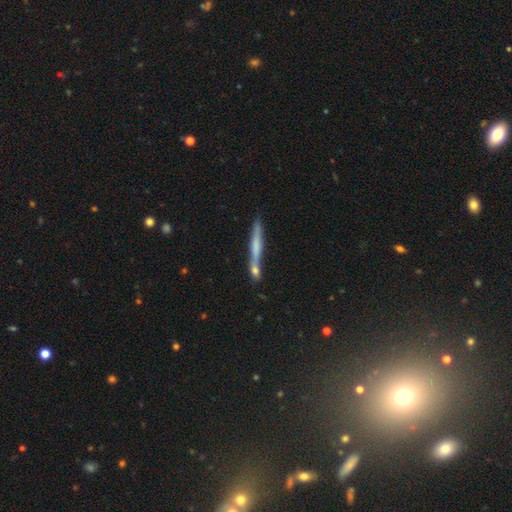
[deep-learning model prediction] featured or disk 50%, smooth 39%, star or artifact 11%. Down the decision tree: edge-on disk — yes (94%); merging — none (74%).